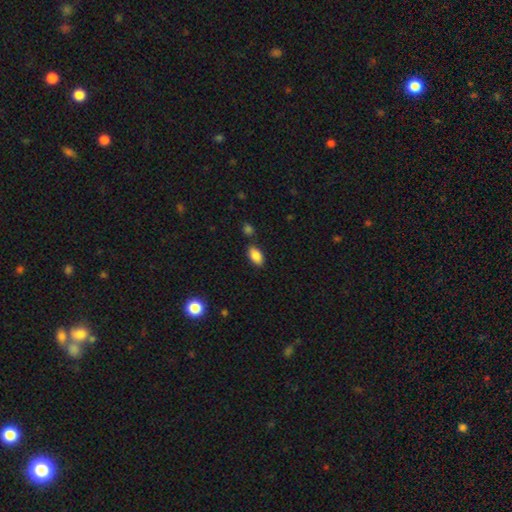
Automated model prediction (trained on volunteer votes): Smooth or featured: smooth — 86% (star or artifact — 8%)
How rounded: in between — 92% (round — 5%)
Merging: none — 82% (minor disturbance — 11%)